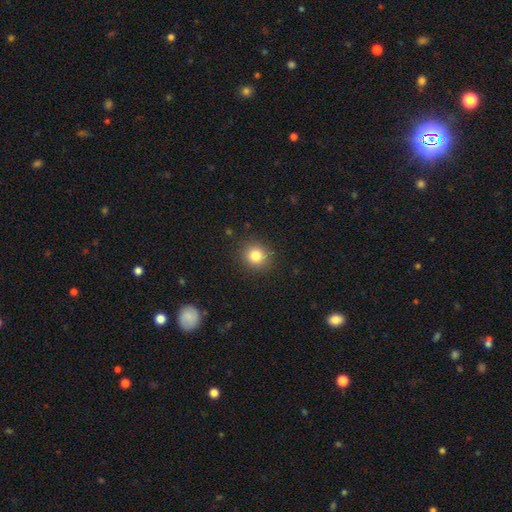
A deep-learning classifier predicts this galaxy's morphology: This is clearly a smooth galaxy (82%). How rounded: clearly round (87%). Merging: clearly none (89%).